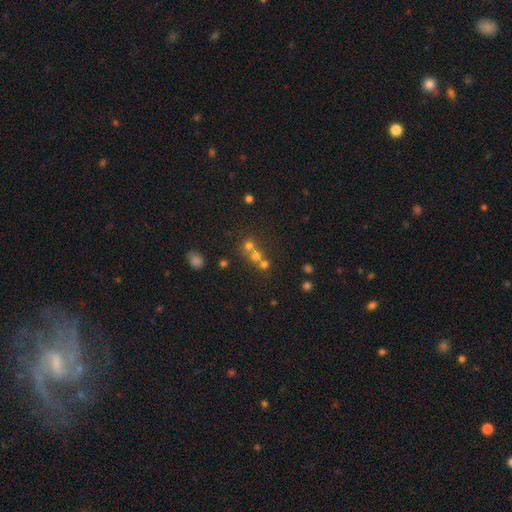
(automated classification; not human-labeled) This appears to be a smooth galaxy with no disk features (62%) that is round (87%). Merging: merger (48%).